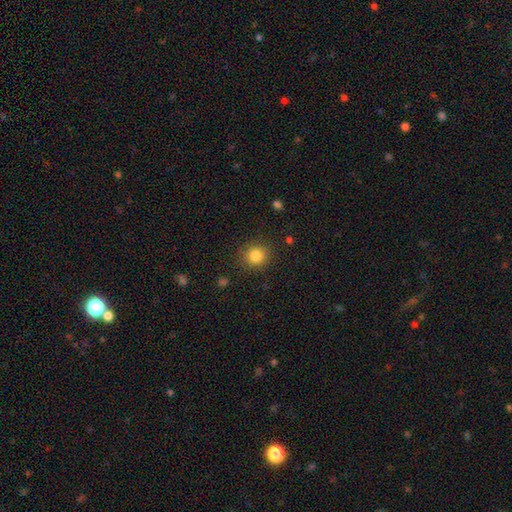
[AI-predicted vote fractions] A smooth galaxy with no disk features (84%) that is round (89%). Merging: none (88%).